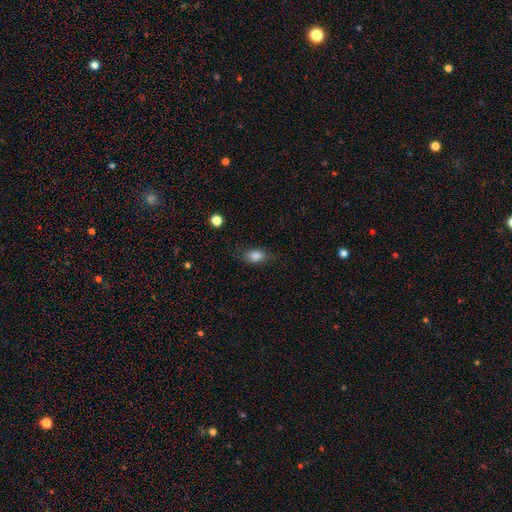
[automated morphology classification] This appears to be a smooth galaxy with no disk features (83%) that is in between round and cigar-shaped (85%). Merging: none (77%).